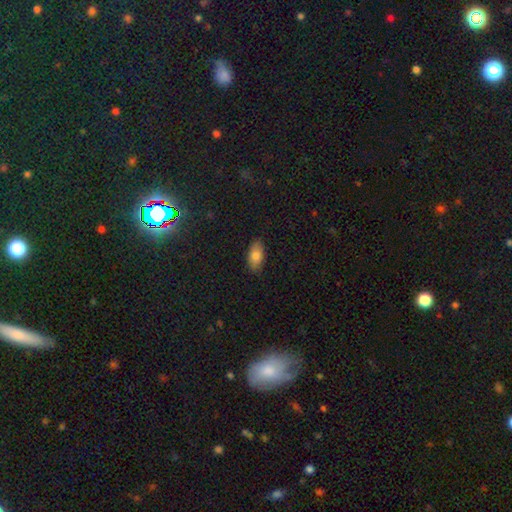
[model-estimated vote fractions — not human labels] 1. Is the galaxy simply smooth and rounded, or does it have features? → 81% smooth, 11% featured or disk, 8% star or artifact.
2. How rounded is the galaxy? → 91% in between, 5% cigar-shaped, 4% round.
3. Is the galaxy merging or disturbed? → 86% none, 11% minor disturbance, 2% major disturbance, 1% merger.